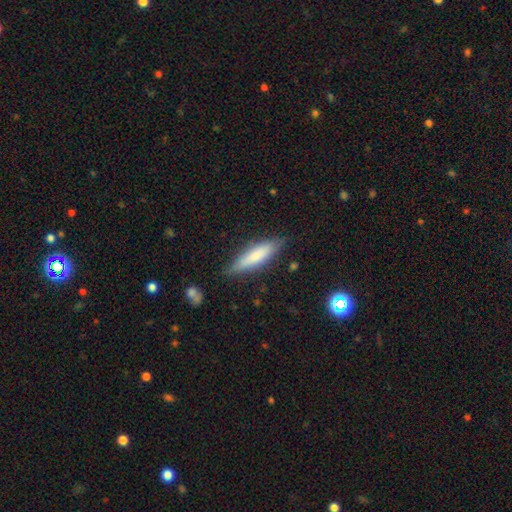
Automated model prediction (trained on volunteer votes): The model was most divided on "smooth or featured": smooth: 70%, featured or disk: 24%, star or artifact: 6%. More confident: merging — none (81%); how rounded — cigar-shaped (73%).